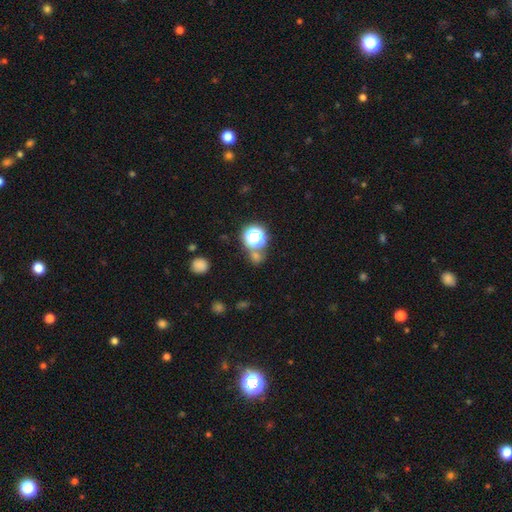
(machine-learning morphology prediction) A smooth galaxy with no disk features (56%) that is round (79%). Merging: none (65%).